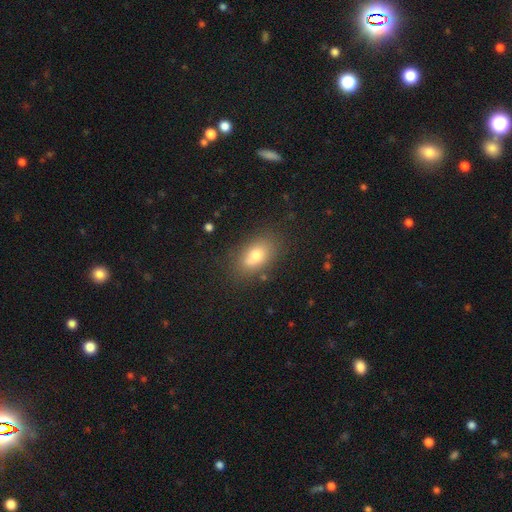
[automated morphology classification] Smooth or featured? Predicted: smooth (p=0.74). How rounded? Predicted: in between (p=0.85). Merging? Predicted: none (p=0.73).